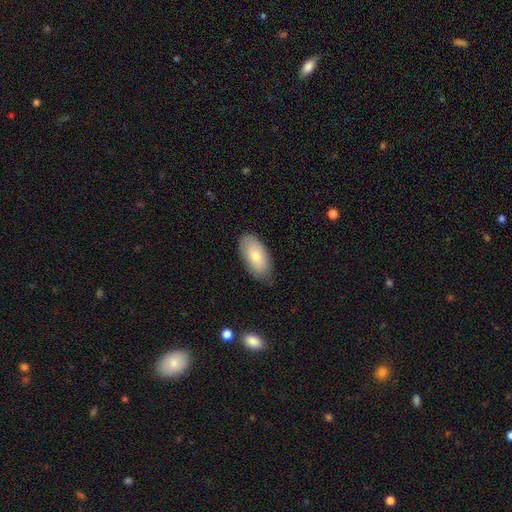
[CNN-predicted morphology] A smooth galaxy with no disk features (72%) that is in between round and cigar-shaped (94%). Merging: none (78%).